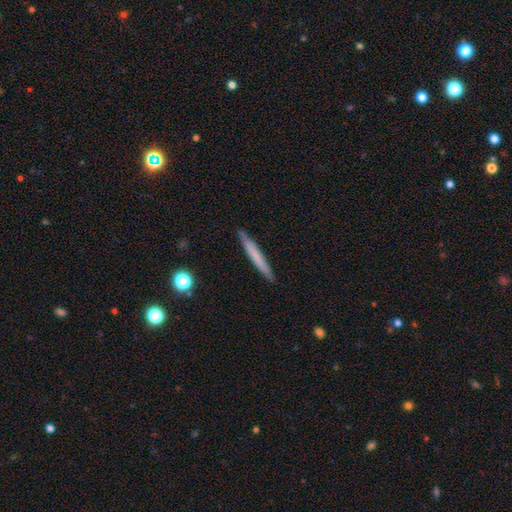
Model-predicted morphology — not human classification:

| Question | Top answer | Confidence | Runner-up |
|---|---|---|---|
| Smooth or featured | smooth | 64% | featured or disk (30%) |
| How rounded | cigar-shaped | 96% | in between (3%) |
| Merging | none | 90% | minor disturbance (7%) |